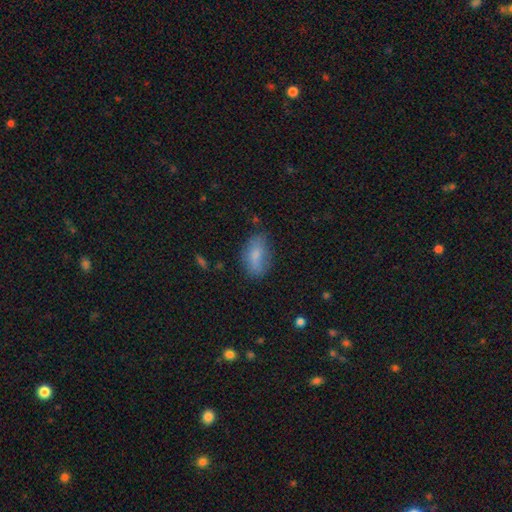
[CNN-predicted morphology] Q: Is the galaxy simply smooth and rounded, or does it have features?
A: smooth — 77%.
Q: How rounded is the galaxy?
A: in between — 88%.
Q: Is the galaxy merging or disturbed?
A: none — 66%.